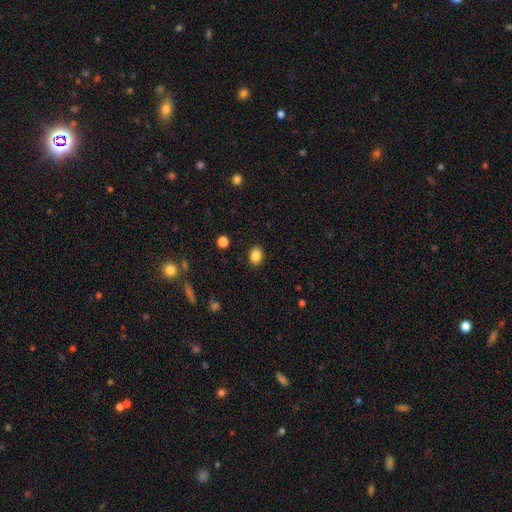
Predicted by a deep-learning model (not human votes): Smooth or featured? Predicted: smooth (p=0.86). How rounded? Predicted: in between (p=0.60). Merging? Predicted: none (p=0.89).